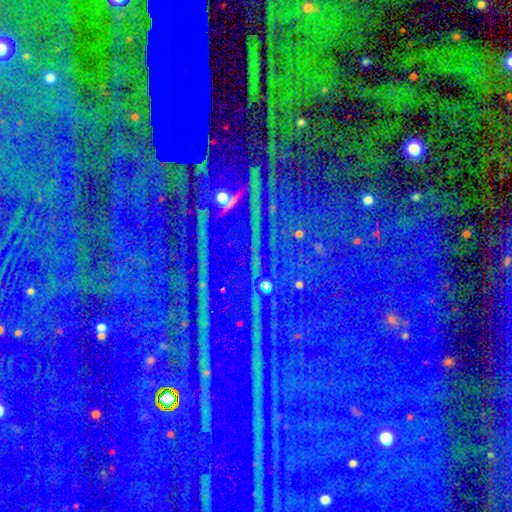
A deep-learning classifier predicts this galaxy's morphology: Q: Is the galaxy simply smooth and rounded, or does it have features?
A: star or artifact — 83%.